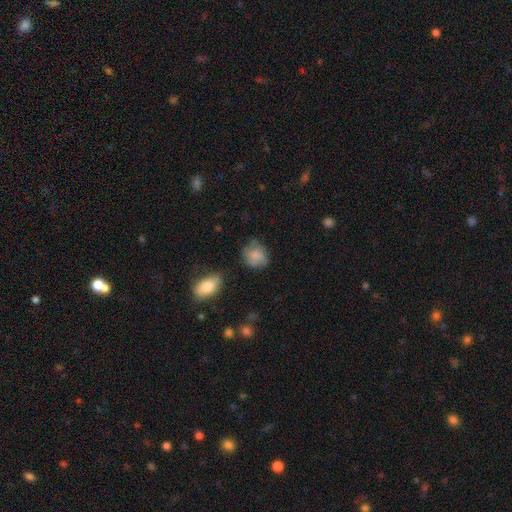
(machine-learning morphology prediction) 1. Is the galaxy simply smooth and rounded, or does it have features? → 74% smooth, 17% featured or disk, 9% star or artifact.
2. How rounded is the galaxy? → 64% round, 35% in between, 1% cigar-shaped.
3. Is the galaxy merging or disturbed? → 58% none, 27% minor disturbance, 11% major disturbance, 4% merger.